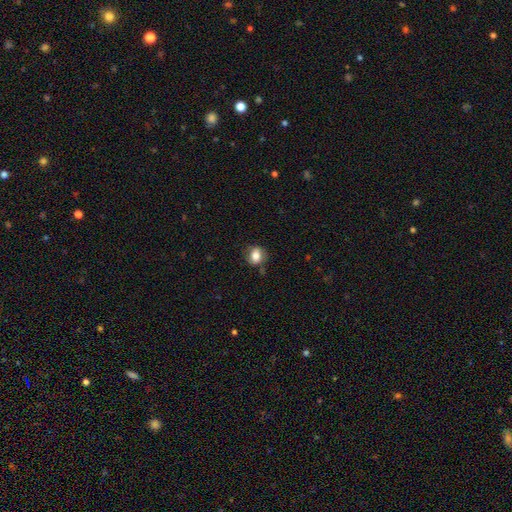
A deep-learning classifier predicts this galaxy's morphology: The model was most divided on "how rounded": round: 58%, in between: 41%, cigar-shaped: 1%. More confident: smooth or featured — smooth (77%); merging — none (76%).